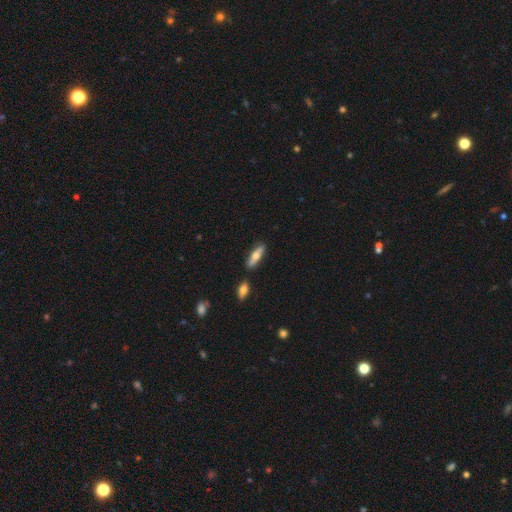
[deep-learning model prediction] Smooth or featured? Predicted: smooth (p=0.51). How rounded? Predicted: cigar-shaped (p=0.56). Merging? Predicted: none (p=0.80).